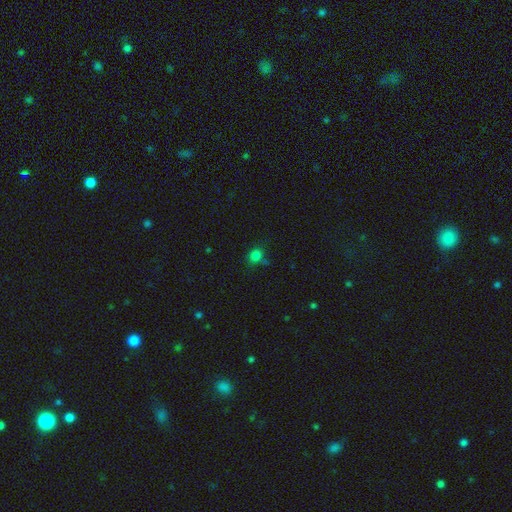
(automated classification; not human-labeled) A smooth galaxy with no disk features (79%) that is round (67%). Merging: none (70%).